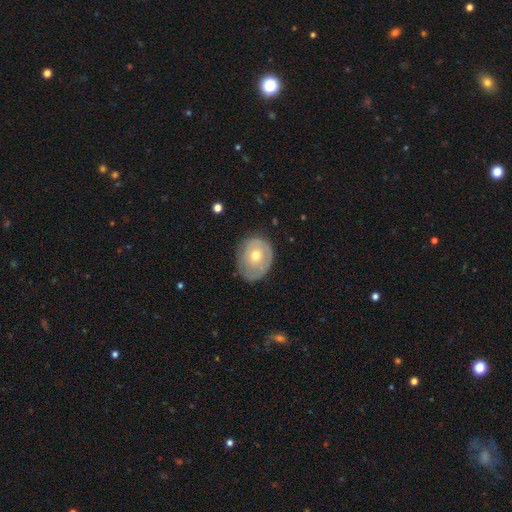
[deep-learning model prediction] This is possibly a smooth galaxy (48%). Merging: likely none (65%).